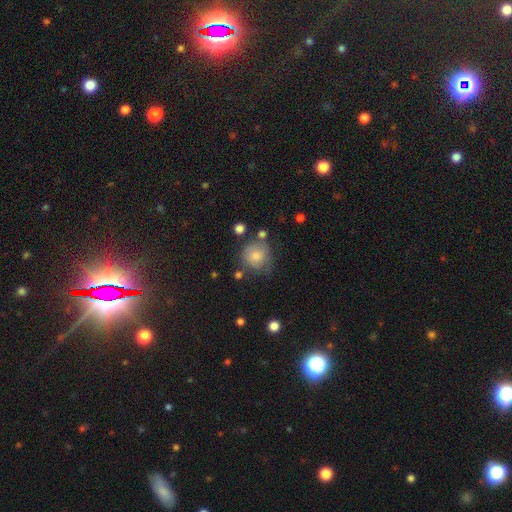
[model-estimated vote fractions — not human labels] This is likely a smooth galaxy (76%). How rounded: clearly round (85%). Merging: possibly none (59%).